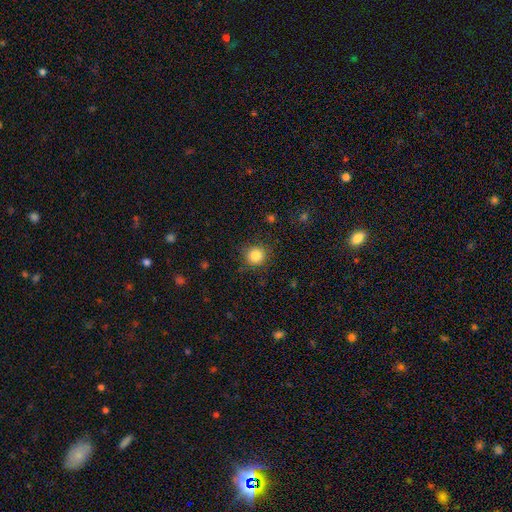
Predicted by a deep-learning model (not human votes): Smooth or featured? Predicted: smooth (p=0.84). How rounded? Predicted: round (p=0.92). Merging? Predicted: none (p=0.86).